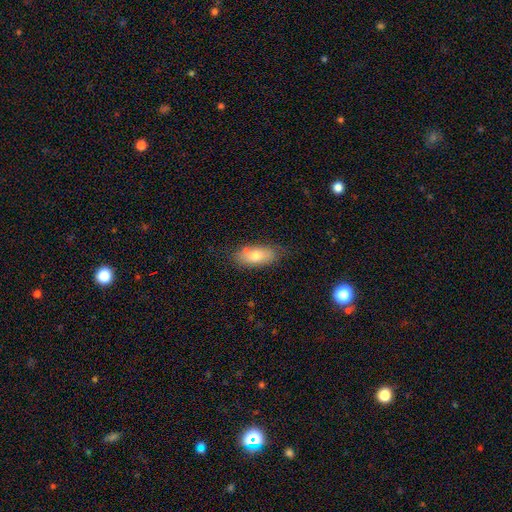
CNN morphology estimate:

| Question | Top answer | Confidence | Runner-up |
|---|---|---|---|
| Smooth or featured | smooth | 73% | featured or disk (19%) |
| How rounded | in between | 88% | cigar-shaped (9%) |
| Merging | none | 71% | minor disturbance (20%) |